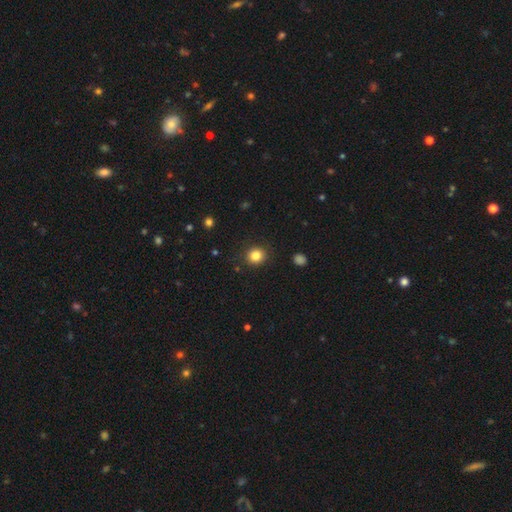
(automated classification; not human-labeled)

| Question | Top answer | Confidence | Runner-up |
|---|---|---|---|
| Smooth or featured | smooth | 83% | star or artifact (11%) |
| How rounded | round | 86% | in between (13%) |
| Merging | none | 89% | minor disturbance (7%) |